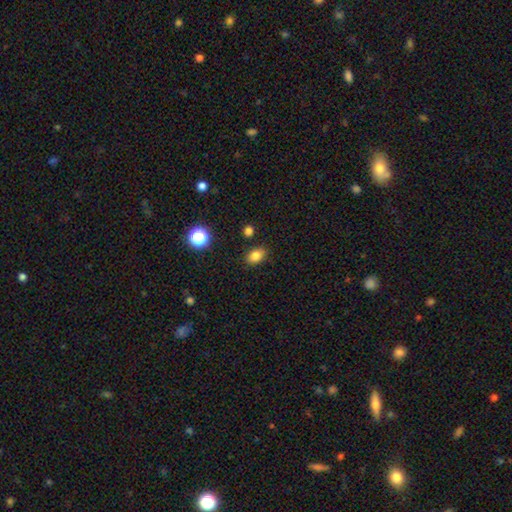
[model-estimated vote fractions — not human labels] A smooth galaxy with no disk features (82%) that is in between round and cigar-shaped (78%). Merging: none (85%).